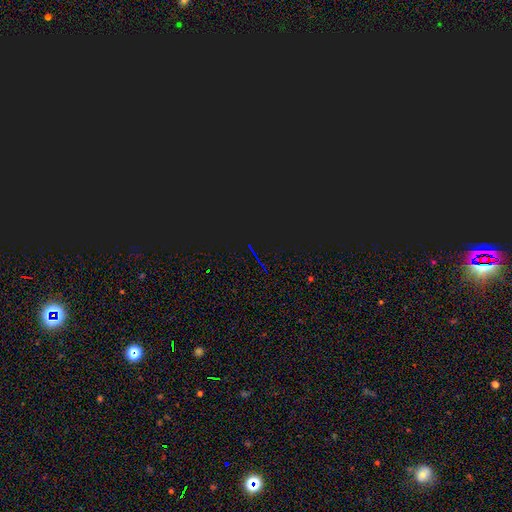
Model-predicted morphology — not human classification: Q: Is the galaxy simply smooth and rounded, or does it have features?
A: star or artifact — 81%.